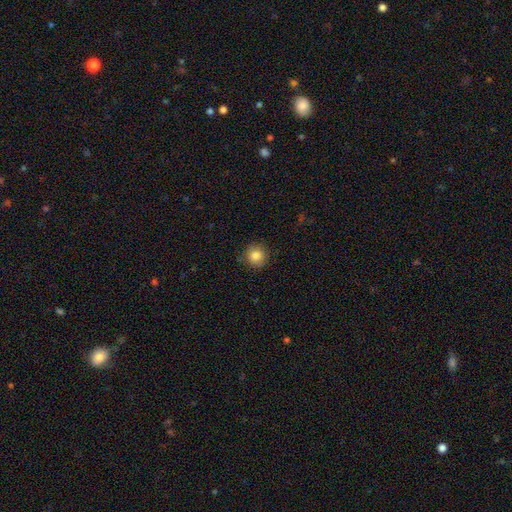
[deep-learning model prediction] smooth 85%, star or artifact 10%, featured or disk 5%. Down the decision tree: how rounded — round (92%); merging — none (88%).